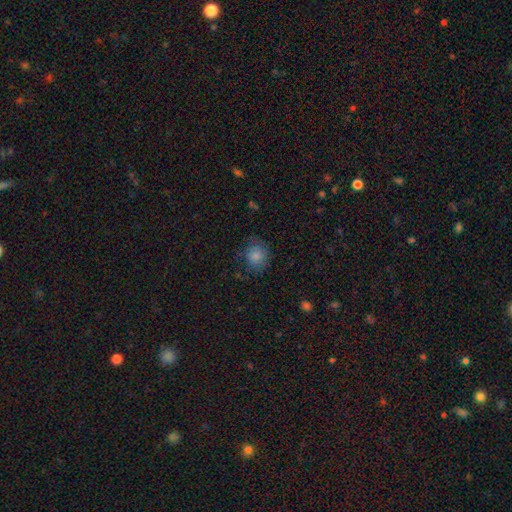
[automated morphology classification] Overall: smooth (80%). How rounded: round (79%). Merging: none (67%).